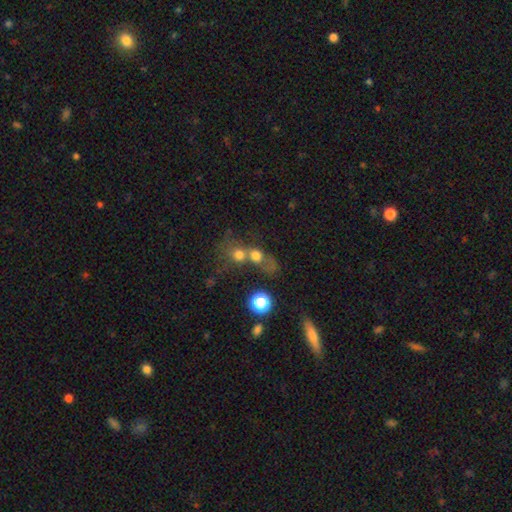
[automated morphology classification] smooth 64%, featured or disk 18%, star or artifact 17%. Down the decision tree: how rounded — round (71%); merging — merger (63%).